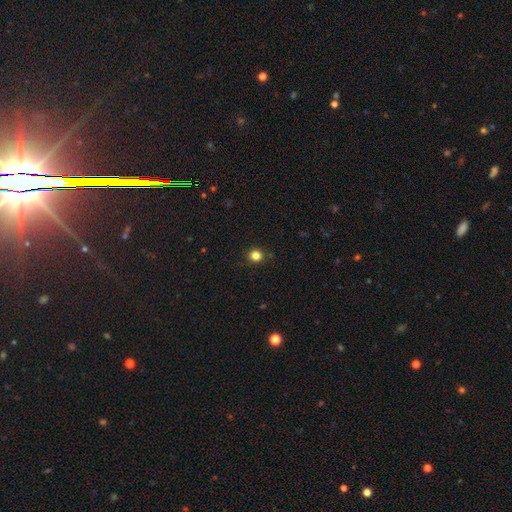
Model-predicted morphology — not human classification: Smooth or featured? Predicted: smooth (p=0.83). How rounded? Predicted: round (p=0.89). Merging? Predicted: none (p=0.89).